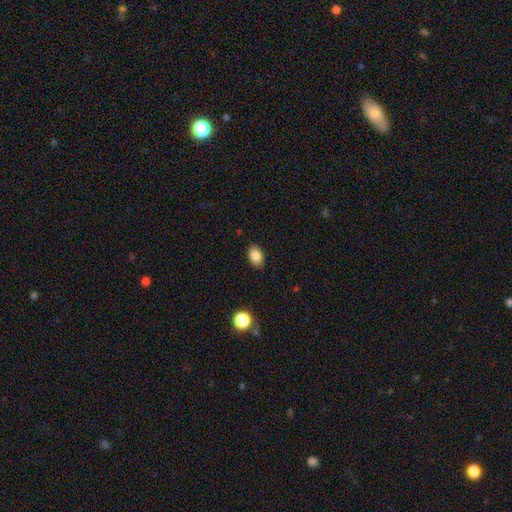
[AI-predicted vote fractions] Smooth or featured? smooth (85%)
How rounded? in between (86%)
Merging? none (88%)